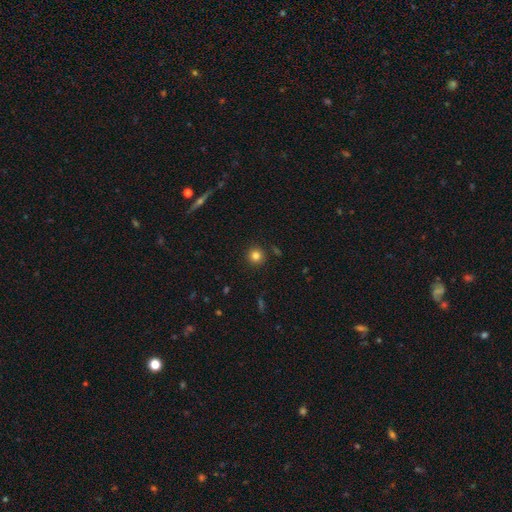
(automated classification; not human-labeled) This is clearly a smooth galaxy (82%). How rounded: clearly round (95%). Merging: clearly none (91%).